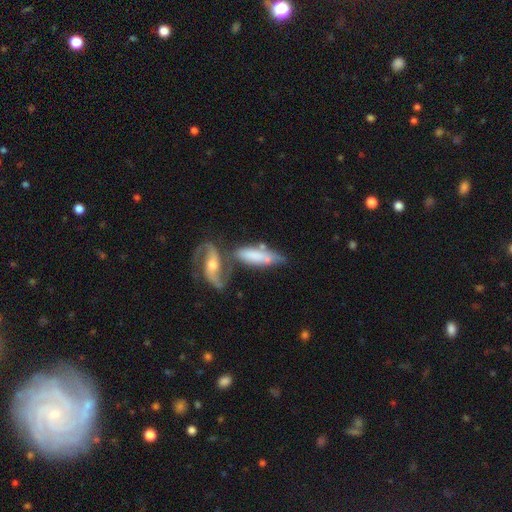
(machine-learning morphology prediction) The model was most divided on "smooth or featured": smooth: 49%, featured or disk: 44%, star or artifact: 7%. Remaining: merging — merger (42%).